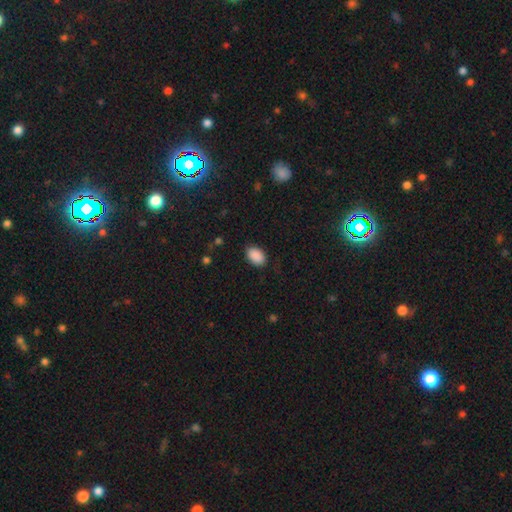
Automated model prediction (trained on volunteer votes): smooth-or-featured: smooth: 90% | star or artifact: 7% | featured or disk: 3%
  how-rounded: in between: 88% | round: 11% | cigar-shaped: 1%
  merging: none: 87% | minor disturbance: 10% | major disturbance: 2% | merger: 1%